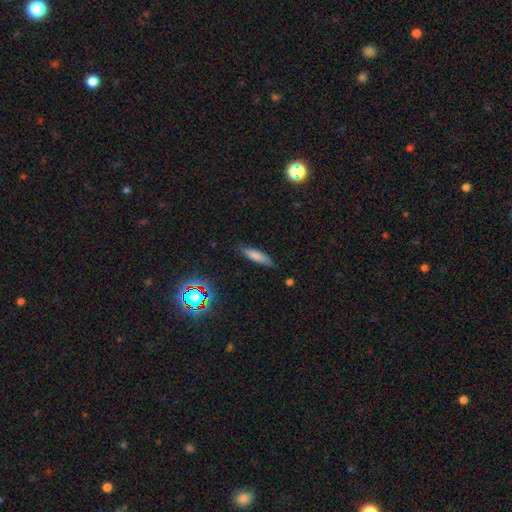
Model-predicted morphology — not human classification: type=smooth (76%); roundness=cigar-shaped (70%); merging=none (81%).